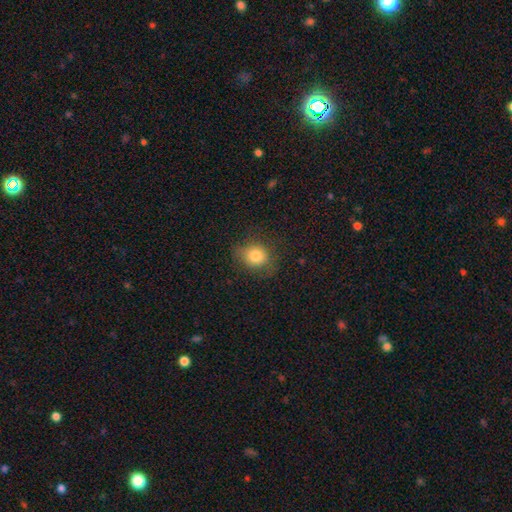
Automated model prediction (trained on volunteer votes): Smooth or featured? smooth (80%)
How rounded? round (74%)
Merging? none (71%)